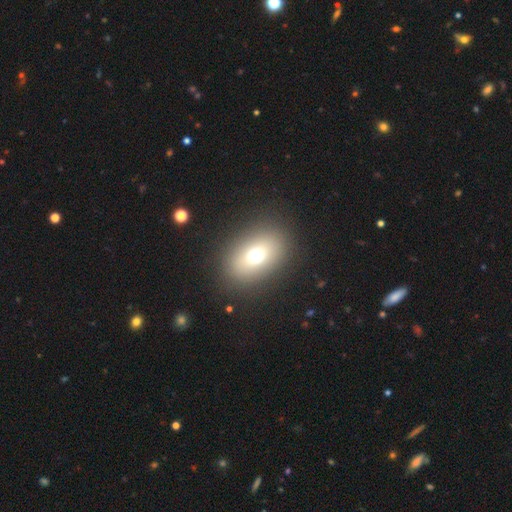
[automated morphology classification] This appears to be a smooth galaxy with no disk features (69%) that is in between round and cigar-shaped (68%). Merging: none (86%).